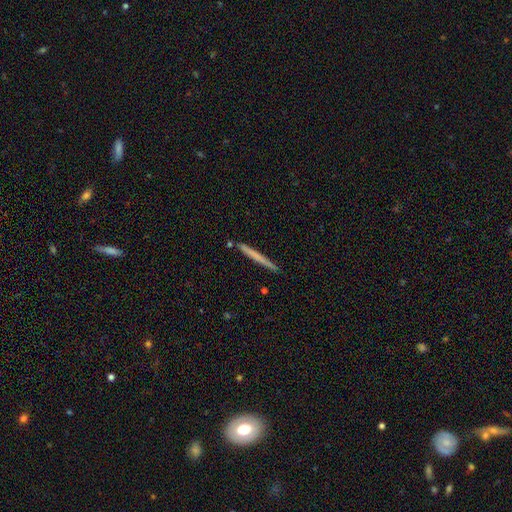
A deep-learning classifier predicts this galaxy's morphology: smooth-or-featured: smooth: 58% | featured or disk: 37% | star or artifact: 6%
  how-rounded: cigar-shaped: 97% | in between: 2% | round: 1%
  merging: none: 90% | minor disturbance: 7% | merger: 2% | major disturbance: 1%